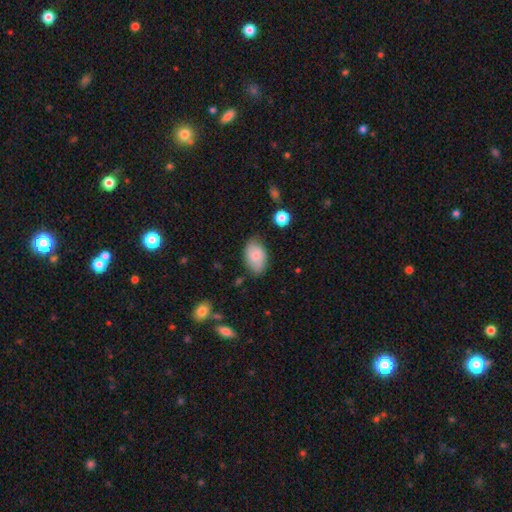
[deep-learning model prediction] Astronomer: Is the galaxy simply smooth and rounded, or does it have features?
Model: smooth — 72%.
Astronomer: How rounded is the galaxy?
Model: in between — 89%.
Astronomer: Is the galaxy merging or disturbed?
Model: none — 71%.